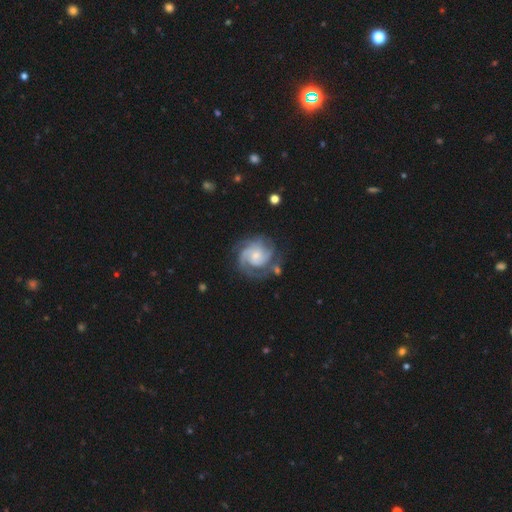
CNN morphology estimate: type=featured or disk (87%); edge-on=no (98%); bar=no (65%); spiral arms=yes (97%); winding=tight (56%); arm count=3 (37%); bulge=small (59%); merging=none (68%).